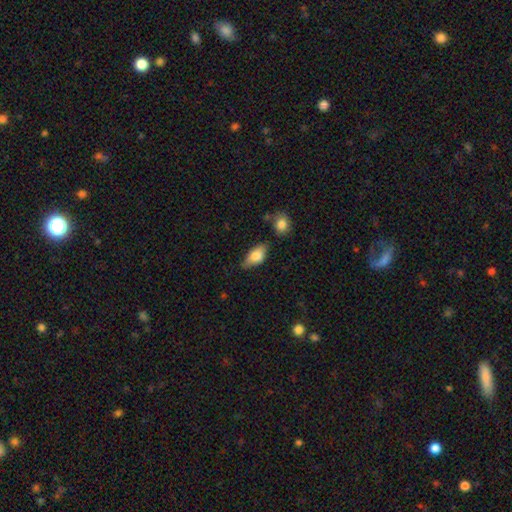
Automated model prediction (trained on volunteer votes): Overall: smooth (76%). How rounded: in between (86%). Merging: none (58%; minor disturbance 29%).